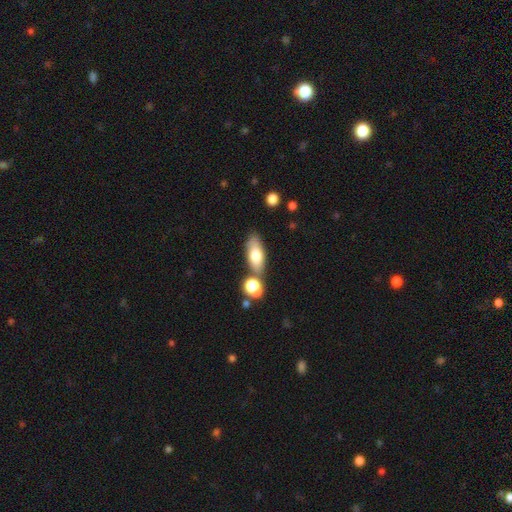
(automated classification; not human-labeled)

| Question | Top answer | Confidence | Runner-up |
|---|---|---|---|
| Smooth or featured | smooth | 73% | featured or disk (19%) |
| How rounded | in between | 76% | cigar-shaped (19%) |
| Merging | none | 64% | merger (18%) |